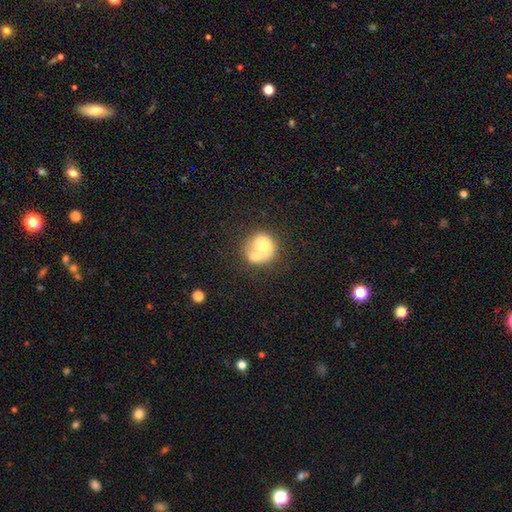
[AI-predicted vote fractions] This appears to be a smooth galaxy with no disk features (66%) that is round (79%). Merging: merger (60%).